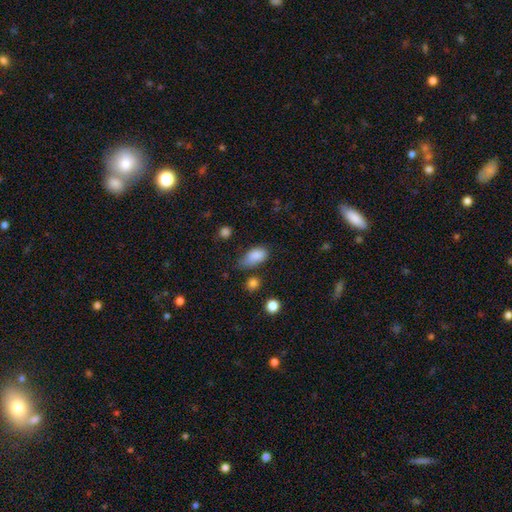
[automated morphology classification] The model was most divided on "merging": none: 44%, minor disturbance: 39%, major disturbance: 12%, merger: 5%. More confident: how rounded — in between (90%); smooth or featured — smooth (85%).